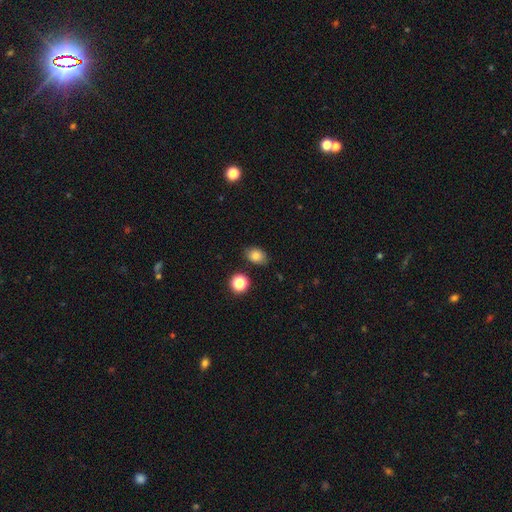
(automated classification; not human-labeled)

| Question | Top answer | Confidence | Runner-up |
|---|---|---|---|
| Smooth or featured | smooth | 82% | star or artifact (12%) |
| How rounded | in between | 69% | round (30%) |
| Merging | none | 79% | minor disturbance (14%) |